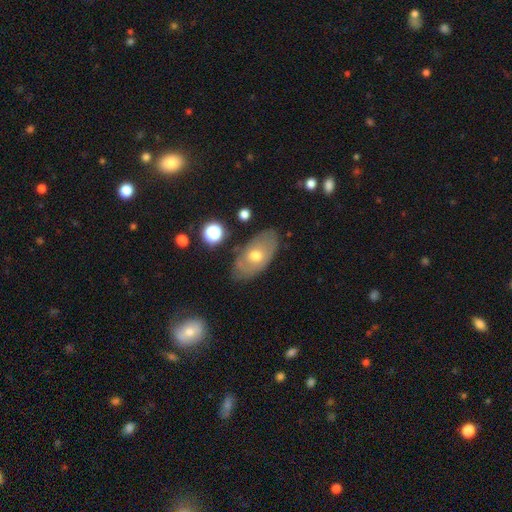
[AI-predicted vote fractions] Smooth or featured: smooth — 48% (featured or disk — 45%)
Merging: none — 72% (minor disturbance — 19%)